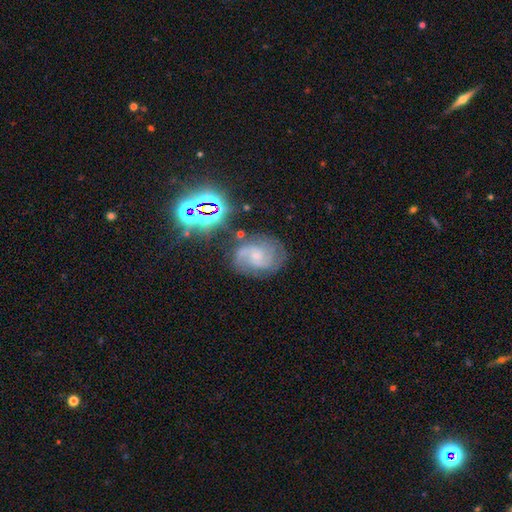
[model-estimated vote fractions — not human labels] This is likely a featured or disk galaxy (77%). It is clearly not viewed edge-on (98%). Bar: likely no (65%). Spiral arm pattern: clearly yes (95%). Spiral arm count: marginally 2 (44%). Spiral winding: possibly medium (49%). Central bulge: likely small (74%). Merging: likely none (66%).